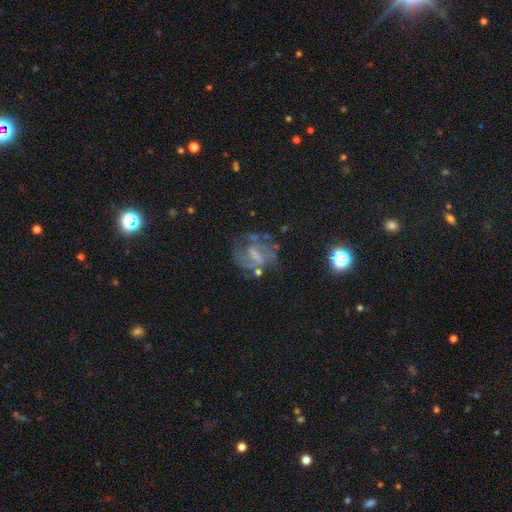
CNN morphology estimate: A featured or disk galaxy (78%) with a weak bar (46%), 2 (68%) medium (51%) spiral arms (86%) and no central bulge (41%).

Vote fractions:
- Smooth or featured? featured or disk: 78% / smooth: 12% / star or artifact: 11%
- Edge-on disk? no: 97% / yes: 3%
- Bar? weak: 46% / strong: 39% / no: 15%
- Spiral arms? yes: 86% / no: 14%
- Spiral winding? medium: 51% / tight: 26% / loose: 23%
- Spiral arm count? 2: 68% / can't tell: 16% / 3: 7% / 1: 4% / 4: 2% / more than 4: 2%
- Bulge size? none: 41% / small: 32% / moderate: 22% / large: 4% / dominant: 1%
- Merging? none: 56% / minor disturbance: 20% / major disturbance: 18% / merger: 6%